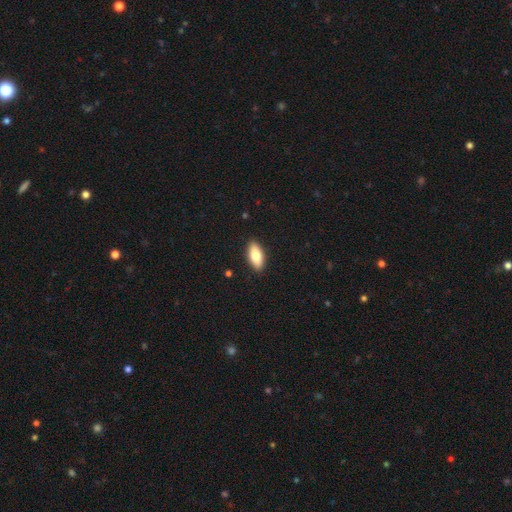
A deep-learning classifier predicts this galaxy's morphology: Smooth or featured?
  - smooth: 80% *
  - featured or disk: 14%
  - star or artifact: 6%
How rounded?
  - in between: 87% *
  - cigar-shaped: 10%
  - round: 2%
Merging?
  - none: 90% *
  - minor disturbance: 7%
  - major disturbance: 2%
  - merger: 1%